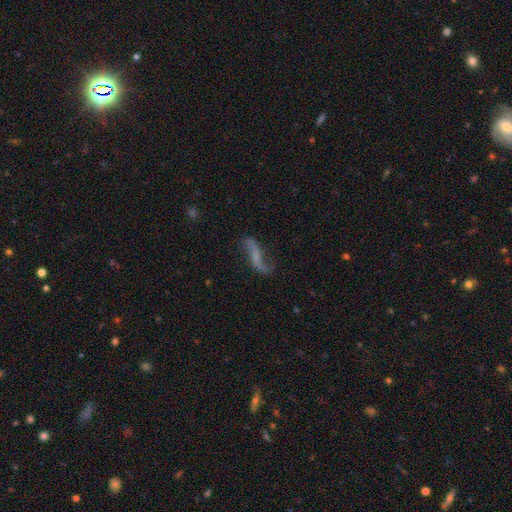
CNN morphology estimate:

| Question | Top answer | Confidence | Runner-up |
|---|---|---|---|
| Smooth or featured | featured or disk | 75% | smooth (17%) |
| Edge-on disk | no | 88% | yes (12%) |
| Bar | no | 42% | weak (34%) |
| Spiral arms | yes | 91% | no (9%) |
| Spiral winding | loose | 93% | medium (5%) |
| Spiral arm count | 2 | 90% | 1 (5%) |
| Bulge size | none | 54% | small (31%) |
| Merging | none | 66% | minor disturbance (19%) |